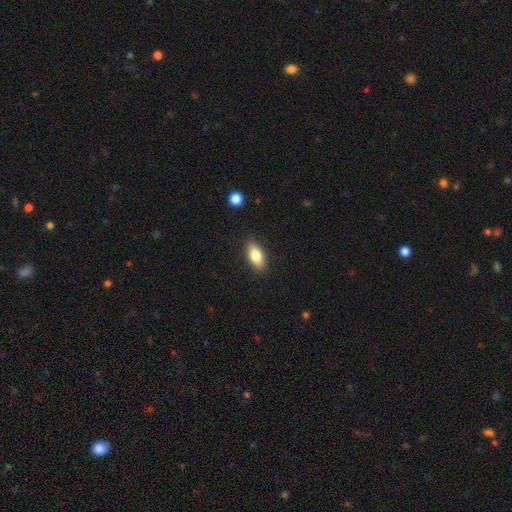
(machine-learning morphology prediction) Q: Smooth or featured?
A: smooth (78%); runner-up: featured or disk (15%)
Q: How rounded?
A: in between (84%); runner-up: cigar-shaped (12%)
Q: Merging?
A: none (88%); runner-up: minor disturbance (9%)